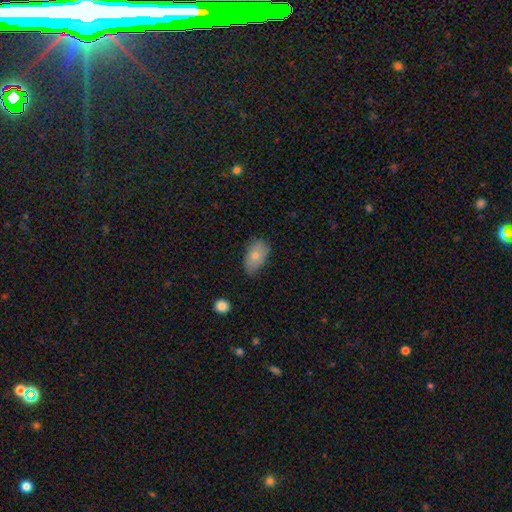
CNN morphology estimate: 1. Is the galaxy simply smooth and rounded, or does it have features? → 73% smooth, 19% featured or disk, 8% star or artifact.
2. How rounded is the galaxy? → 91% in between, 7% round, 2% cigar-shaped.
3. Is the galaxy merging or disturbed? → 63% none, 30% minor disturbance, 5% major disturbance, 2% merger.